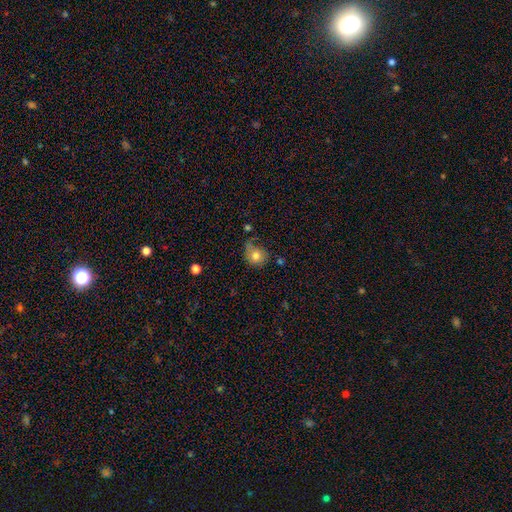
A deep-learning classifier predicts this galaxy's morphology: Smooth or featured: smooth — 78% (featured or disk — 12%)
How rounded: round — 74% (in between — 25%)
Merging: none — 50% (minor disturbance — 30%)